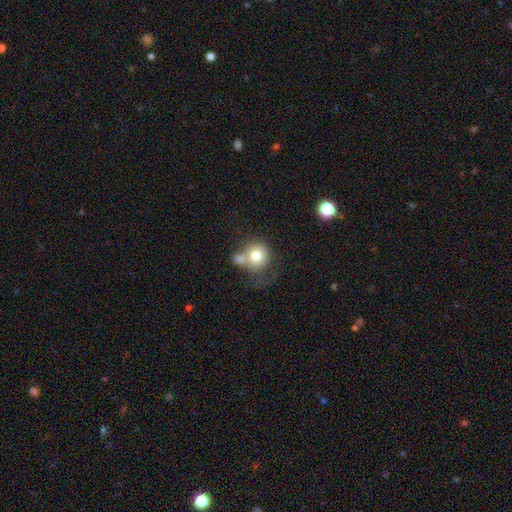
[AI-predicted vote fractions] This is likely a smooth galaxy (74%). How rounded: clearly round (84%). Merging: possibly merger (45%).